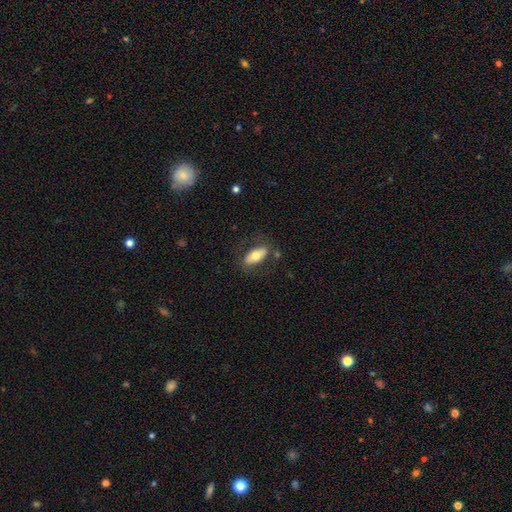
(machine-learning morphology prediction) Smooth or featured: smooth — 66% (featured or disk — 28%)
How rounded: in between — 84% (cigar-shaped — 13%)
Merging: none — 75% (minor disturbance — 15%)